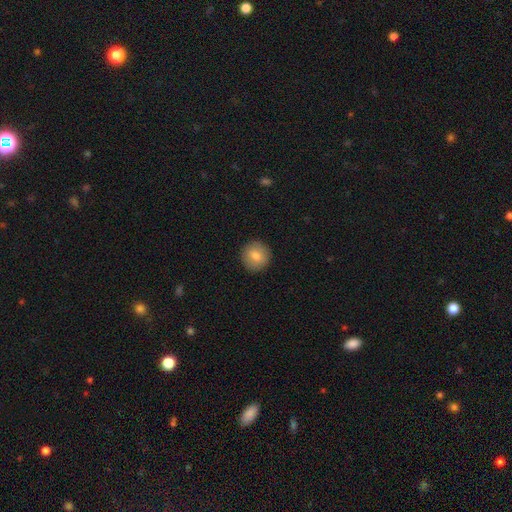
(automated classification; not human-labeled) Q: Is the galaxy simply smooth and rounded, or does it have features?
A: smooth — 80%.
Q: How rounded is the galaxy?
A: round — 94%.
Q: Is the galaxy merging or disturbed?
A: none — 92%.